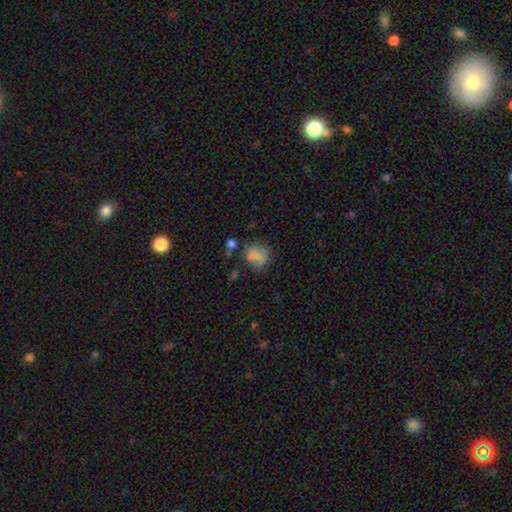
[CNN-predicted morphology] Smooth or featured?
  - smooth: 74% *
  - featured or disk: 14%
  - star or artifact: 12%
How rounded?
  - round: 68% *
  - in between: 31%
  - cigar-shaped: 1%
Merging?
  - none: 59% *
  - minor disturbance: 21%
  - merger: 11%
  - major disturbance: 9%